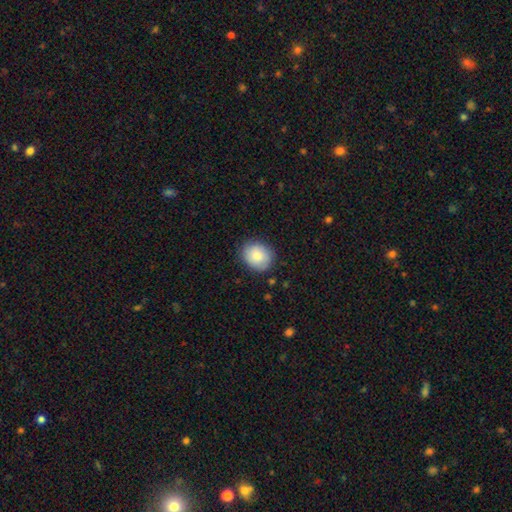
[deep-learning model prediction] smooth_or_featured: smooth (p=0.84) [alt: featured or disk p=0.09]
how_rounded: round (p=0.65) [alt: in between p=0.35]
merging: none (p=0.83) [alt: minor disturbance p=0.13]